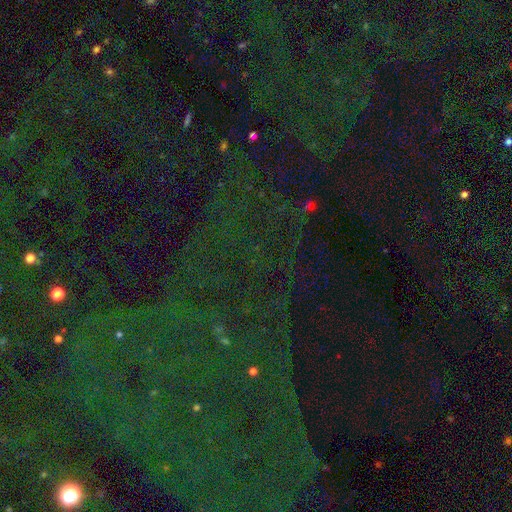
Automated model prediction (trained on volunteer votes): A star or artifact, not a galaxy (82%).